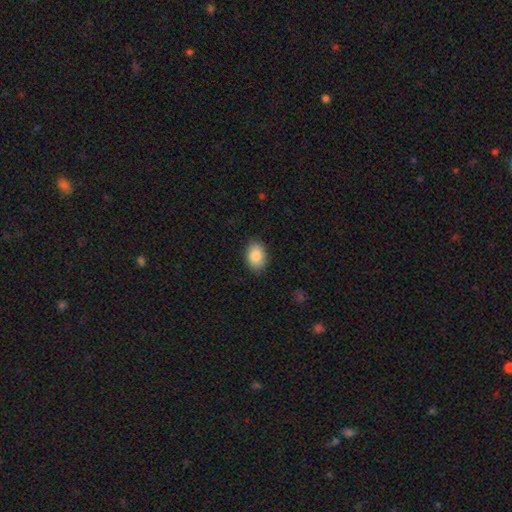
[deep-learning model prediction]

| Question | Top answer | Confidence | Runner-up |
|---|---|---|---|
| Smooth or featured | smooth | 87% | star or artifact (7%) |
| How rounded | in between | 85% | round (14%) |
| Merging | none | 88% | minor disturbance (9%) |